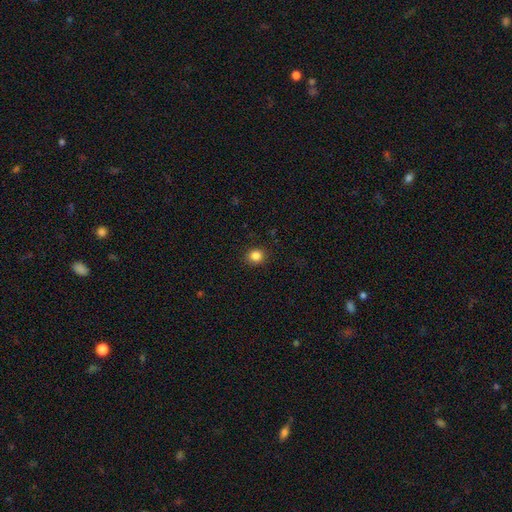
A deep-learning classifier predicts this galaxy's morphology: A smooth galaxy with no disk features (85%) that is round (85%). Merging: none (90%).